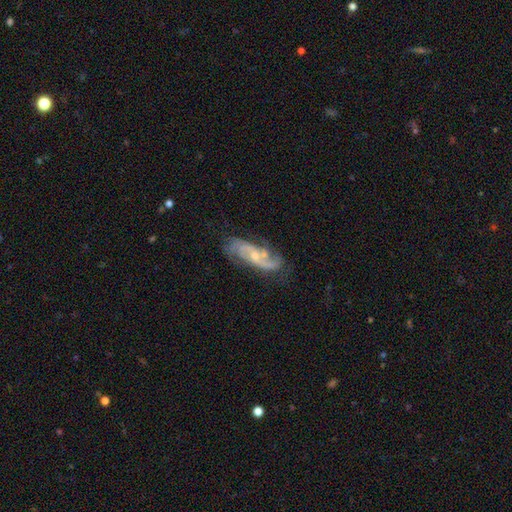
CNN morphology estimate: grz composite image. It shows a featured or disk galaxy (85%) with no bar (51%), 2 (66%) medium (45%) spiral arms (95%) and a small central bulge (63%). Merging: none (64%).